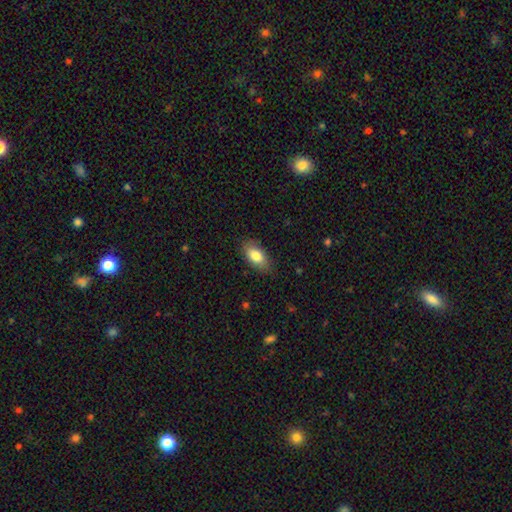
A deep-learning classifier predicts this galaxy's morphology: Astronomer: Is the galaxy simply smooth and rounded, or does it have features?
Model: smooth — 81%.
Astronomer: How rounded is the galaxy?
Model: in between — 90%.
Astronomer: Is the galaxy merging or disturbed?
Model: none — 82%.